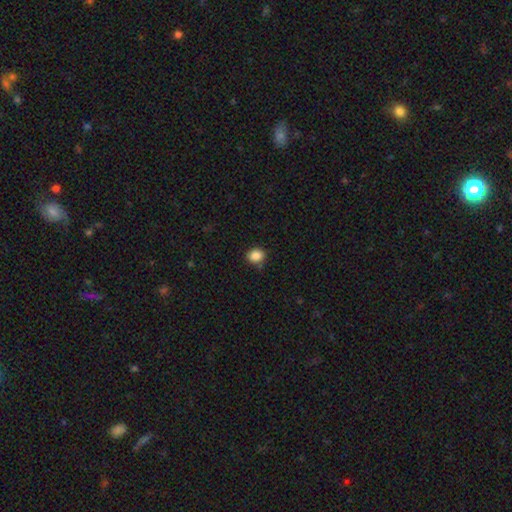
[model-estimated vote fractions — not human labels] Smooth or featured? smooth (87%)
How rounded? round (62%)
Merging? none (82%)